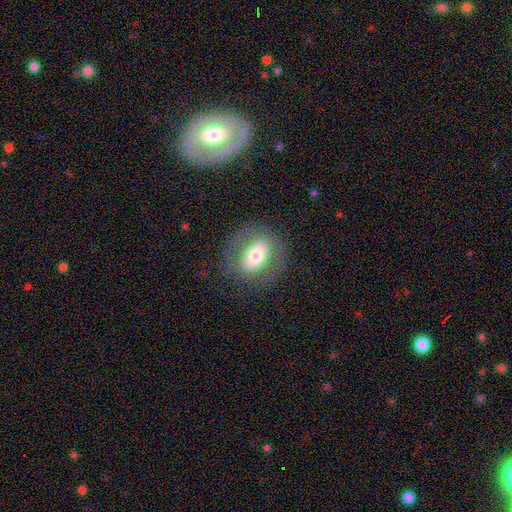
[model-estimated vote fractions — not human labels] smooth-or-featured: smooth: 53% | featured or disk: 38% | star or artifact: 9%
  how-rounded: in between: 59% | round: 40% | cigar-shaped: 1%
  merging: none: 75% | minor disturbance: 14% | major disturbance: 11% | merger: 1%